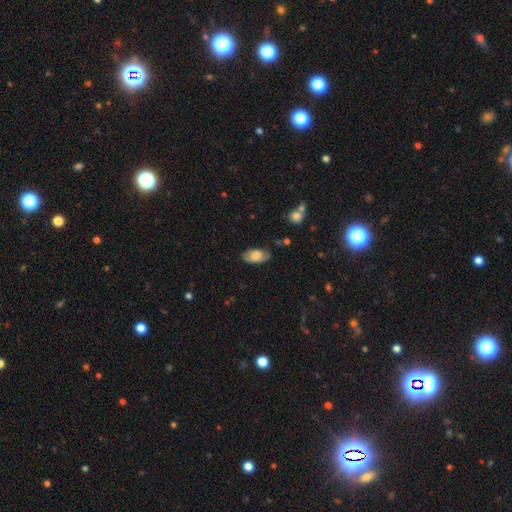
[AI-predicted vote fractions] A smooth galaxy with no disk features (69%) that is in between round and cigar-shaped (93%). Merging: none (71%).